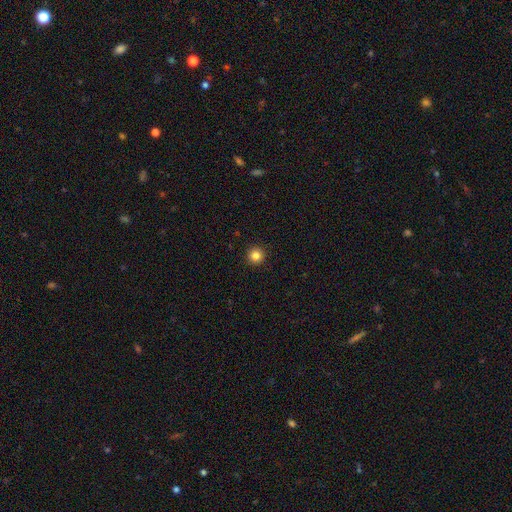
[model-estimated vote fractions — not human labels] This is clearly a smooth galaxy (84%). How rounded: clearly round (96%). Merging: clearly none (93%).